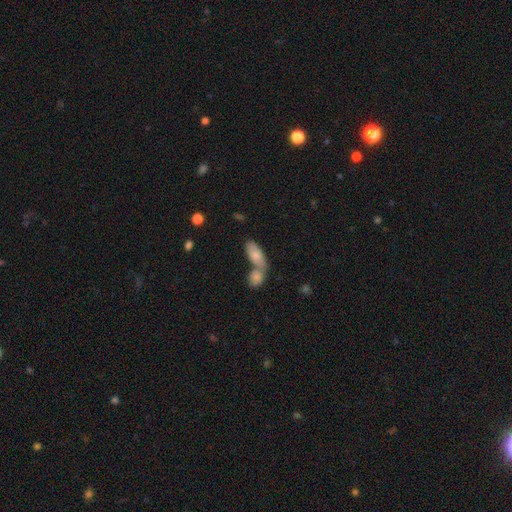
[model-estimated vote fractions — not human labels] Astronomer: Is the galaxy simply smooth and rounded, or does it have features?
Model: smooth — 75%.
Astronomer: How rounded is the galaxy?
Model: in between — 85%.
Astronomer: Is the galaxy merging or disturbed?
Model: merger — 54% (runner-up: none, 33%).